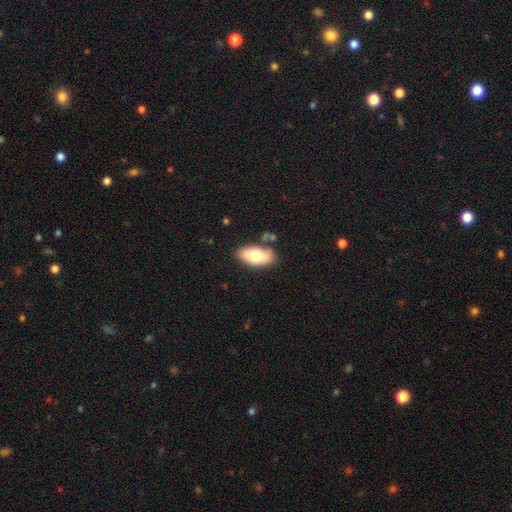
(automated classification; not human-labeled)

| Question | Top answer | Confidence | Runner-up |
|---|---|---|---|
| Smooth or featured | smooth | 71% | featured or disk (22%) |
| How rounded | in between | 89% | cigar-shaped (7%) |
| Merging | none | 77% | minor disturbance (14%) |